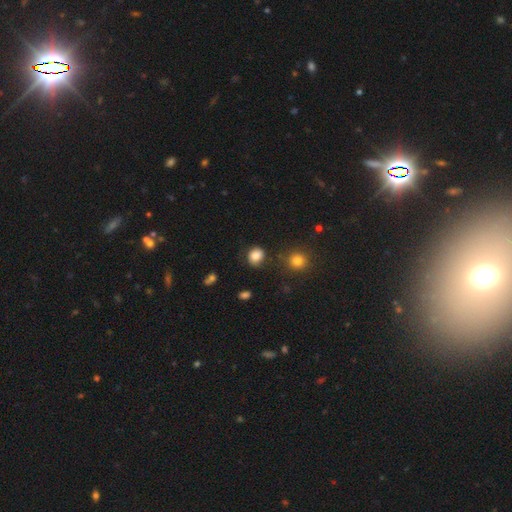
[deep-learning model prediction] Smooth or featured: smooth — 84% (star or artifact — 11%)
How rounded: round — 67% (in between — 32%)
Merging: none — 75% (minor disturbance — 17%)